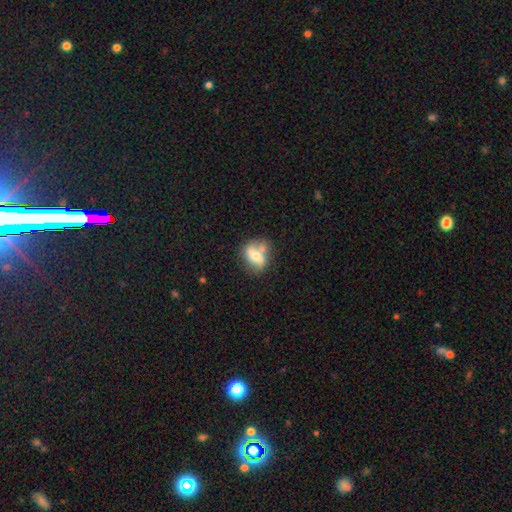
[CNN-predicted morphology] Q: Smooth or featured?
A: smooth (47%); runner-up: featured or disk (44%)
Q: Merging?
A: none (50%); runner-up: merger (25%)